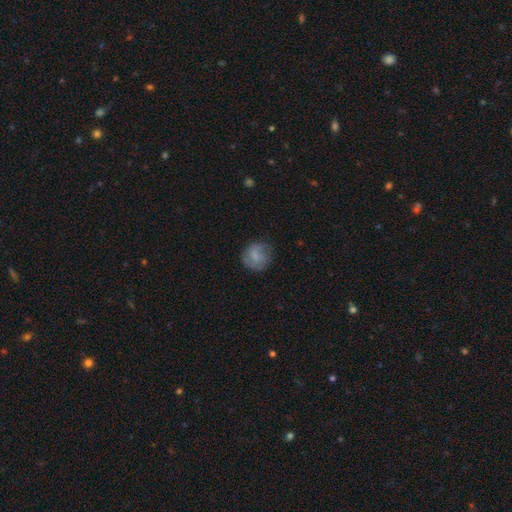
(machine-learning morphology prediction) Smooth or featured: smooth — 68% (featured or disk — 24%)
How rounded: round — 83% (in between — 16%)
Merging: none — 69% (minor disturbance — 21%)